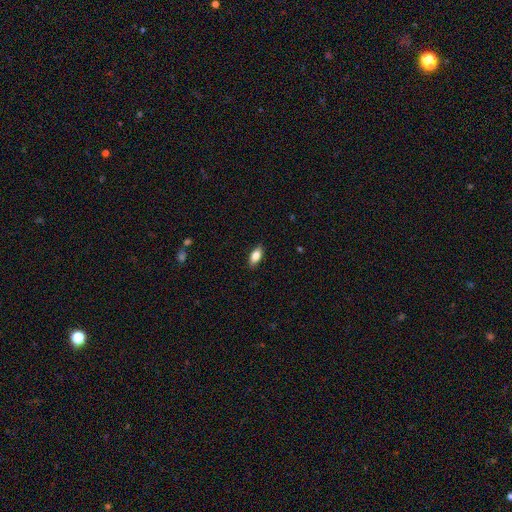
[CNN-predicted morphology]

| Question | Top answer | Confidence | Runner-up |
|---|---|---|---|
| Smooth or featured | smooth | 81% | featured or disk (12%) |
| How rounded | in between | 87% | cigar-shaped (10%) |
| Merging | none | 88% | minor disturbance (9%) |